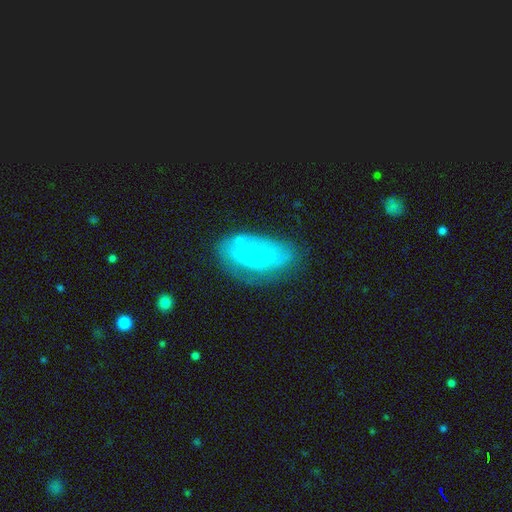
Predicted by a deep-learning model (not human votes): smooth-or-featured: featured or disk: 51% | smooth: 39% | star or artifact: 9%
  disk-edge-on: no: 92% | yes: 8%
  merging: none: 53% | minor disturbance: 28% | major disturbance: 14% | merger: 5%